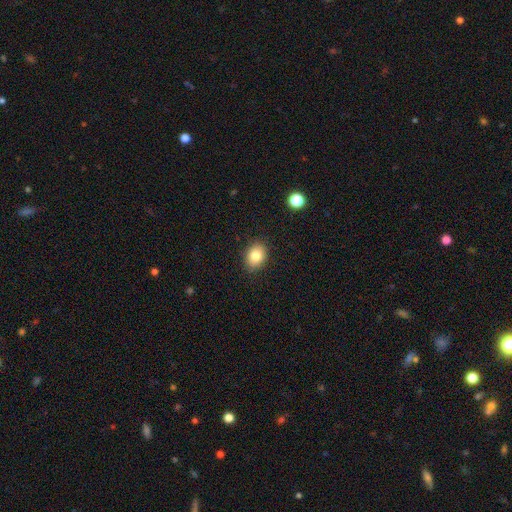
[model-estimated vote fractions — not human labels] A smooth galaxy with no disk features (82%) that is in between round and cigar-shaped (63%).

Vote fractions:
- Smooth or featured? smooth: 82% / star or artifact: 9% / featured or disk: 9%
- How rounded? in between: 63% / round: 36% / cigar-shaped: 1%
- Merging? none: 88% / minor disturbance: 9% / major disturbance: 2% / merger: 1%